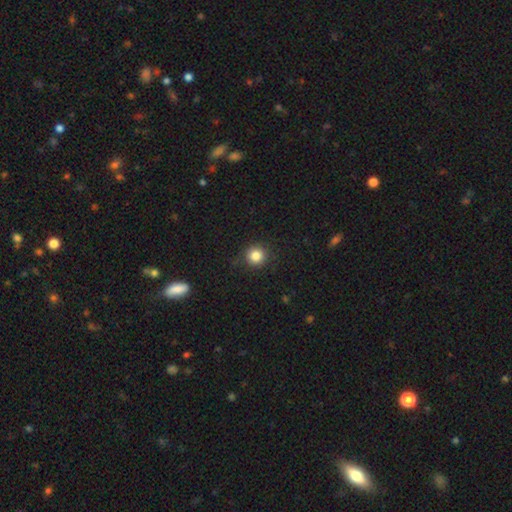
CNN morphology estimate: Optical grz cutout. It shows a smooth galaxy with no disk features (83%) that is round (94%). Merging: none (90%).